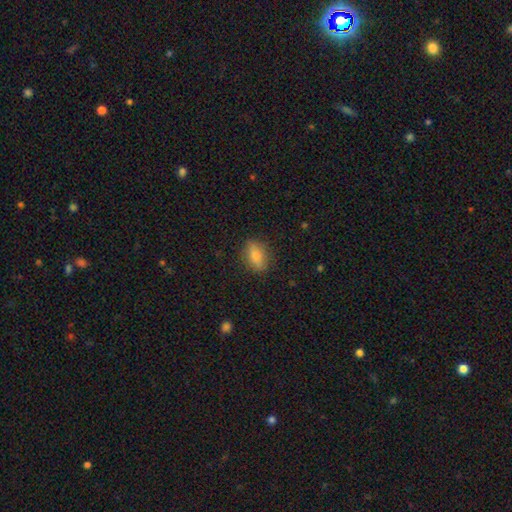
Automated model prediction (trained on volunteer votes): smooth_or_featured: smooth (p=0.72) [alt: featured or disk p=0.18]
how_rounded: in between (p=0.75) [alt: round p=0.16]
merging: none (p=0.86) [alt: minor disturbance p=0.11]